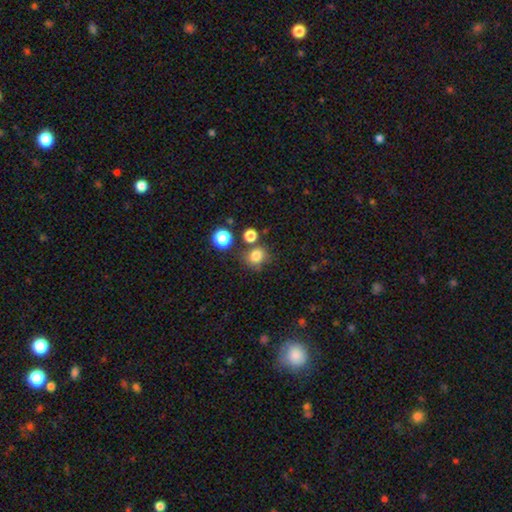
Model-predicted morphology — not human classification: A smooth galaxy with no disk features (80%) that is round (77%). Merging: none (70%).